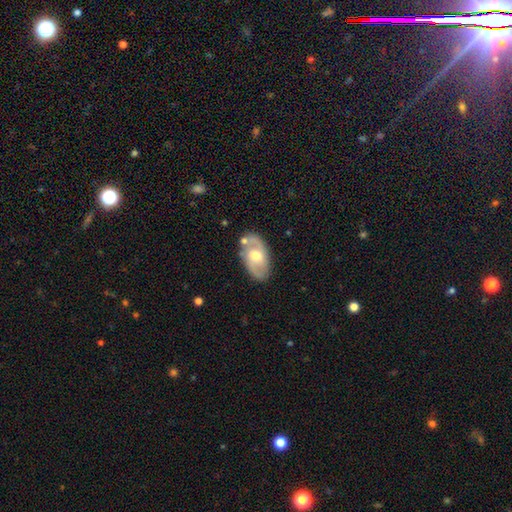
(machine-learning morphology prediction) type=featured or disk (64%); edge-on=no (92%); bar=no (57%); spiral arms=yes (71%); bulge=moderate (72%); merging=none (73%).